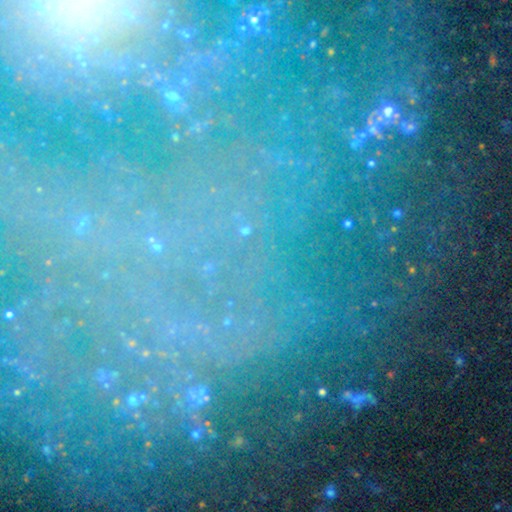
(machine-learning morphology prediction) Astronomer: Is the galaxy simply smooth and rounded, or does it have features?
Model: star or artifact — 61%.